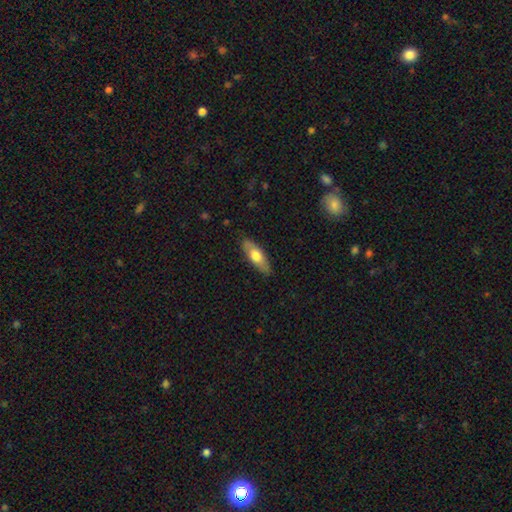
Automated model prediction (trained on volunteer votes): A smooth galaxy with no disk features (63%) that is in between round and cigar-shaped (64%).

Vote fractions:
- Smooth or featured? smooth: 63% / featured or disk: 32% / star or artifact: 5%
- How rounded? in between: 64% / cigar-shaped: 33% / round: 3%
- Merging? none: 85% / minor disturbance: 11% / major disturbance: 2% / merger: 1%